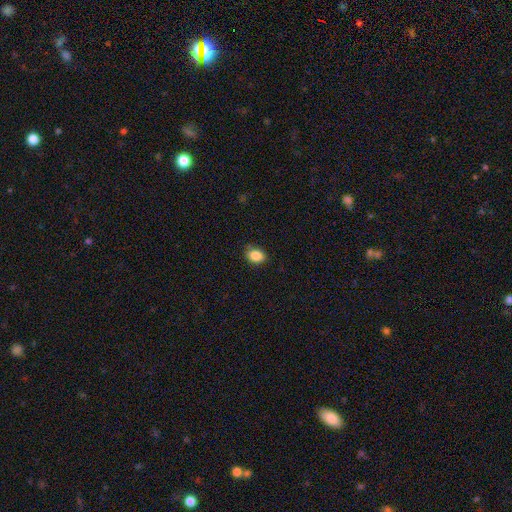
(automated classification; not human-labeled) Smooth or featured? smooth (87%)
How rounded? in between (69%)
Merging? none (80%)